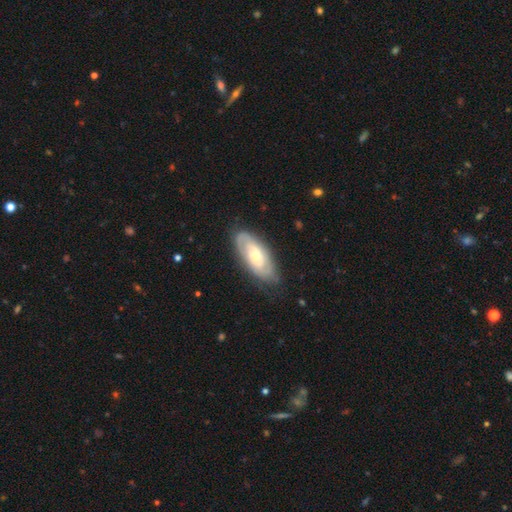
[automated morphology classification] smooth_or_featured: featured or disk (p=0.65) [alt: smooth p=0.29]
disk_edge_on: no (p=0.90) [alt: yes p=0.10]
bar: no (p=0.59) [alt: weak p=0.34]
has_spiral_arms: yes (p=0.84) [alt: no p=0.16]
bulge_size: moderate (p=0.51) [alt: small p=0.39]
merging: none (p=0.76) [alt: minor disturbance p=0.18]